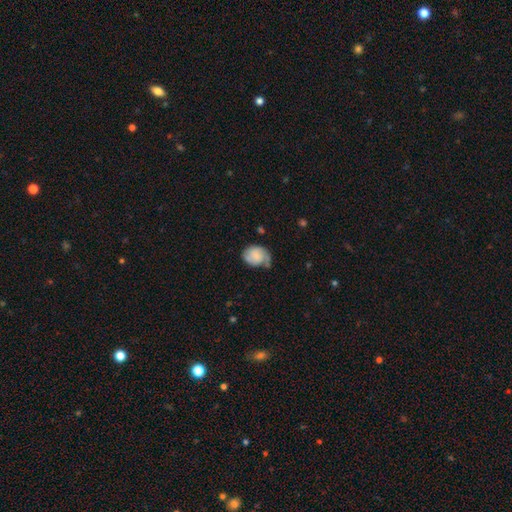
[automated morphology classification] A smooth galaxy with no disk features (62%) that is in between round and cigar-shaped (51%).

Vote fractions:
- Smooth or featured? smooth: 62% / featured or disk: 30% / star or artifact: 8%
- How rounded? in between: 51% / round: 48% / cigar-shaped: 1%
- Merging? none: 44% / minor disturbance: 36% / major disturbance: 15% / merger: 5%